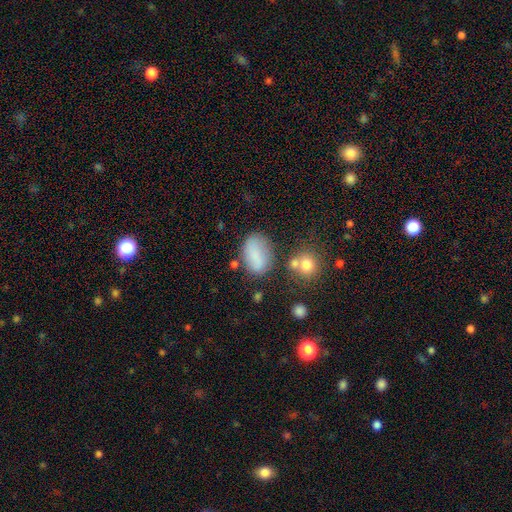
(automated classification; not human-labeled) The model was most divided on "merging": none: 64%, minor disturbance: 21%, merger: 8%, major disturbance: 7%. More confident: how rounded — in between (82%); smooth or featured — smooth (77%).